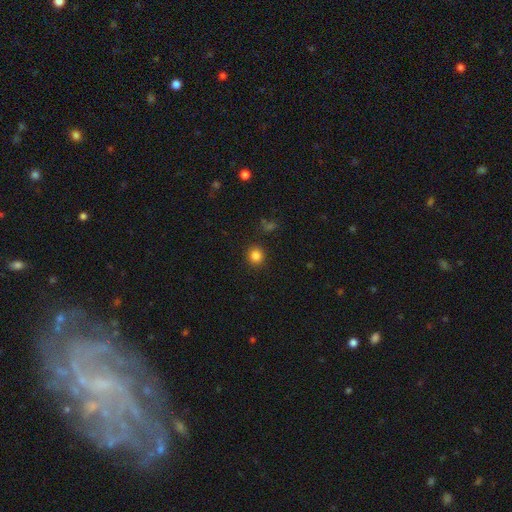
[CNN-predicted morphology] Overall: smooth (84%). How rounded: round (90%). Merging: none (90%).